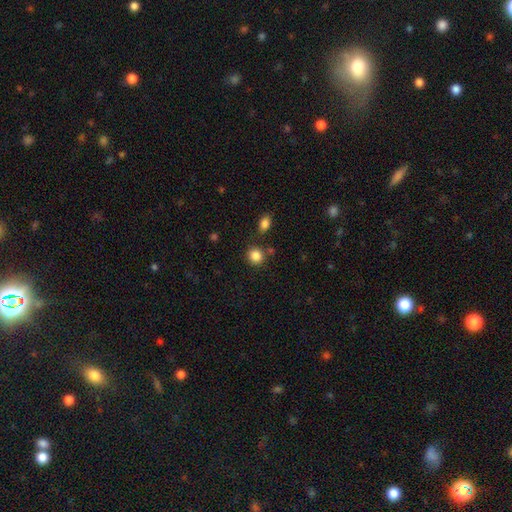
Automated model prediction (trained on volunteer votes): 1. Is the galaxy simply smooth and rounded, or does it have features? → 86% smooth, 10% star or artifact, 4% featured or disk.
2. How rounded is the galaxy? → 88% round, 11% in between, 1% cigar-shaped.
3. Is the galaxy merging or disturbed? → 81% none, 9% minor disturbance, 7% merger, 3% major disturbance.